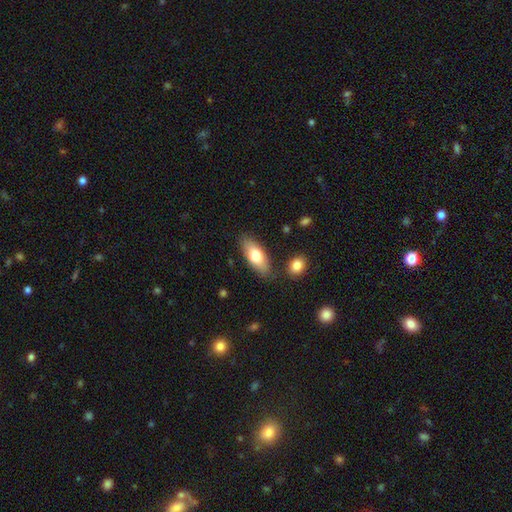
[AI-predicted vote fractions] This is likely a smooth galaxy (75%). How rounded: likely in between (78%). Merging: clearly none (82%).